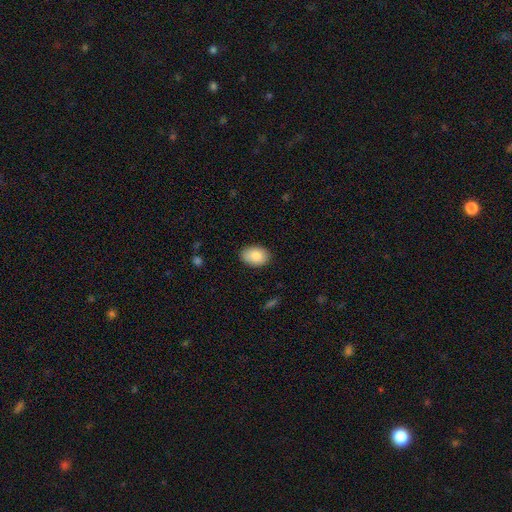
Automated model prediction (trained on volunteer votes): Smooth or featured: smooth — 83% (featured or disk — 10%)
How rounded: in between — 81% (round — 18%)
Merging: none — 87% (minor disturbance — 10%)